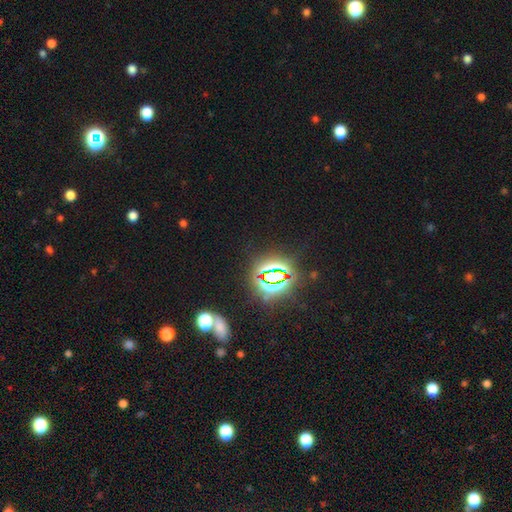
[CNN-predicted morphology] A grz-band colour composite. It shows a star or artifact, not a galaxy (82%).